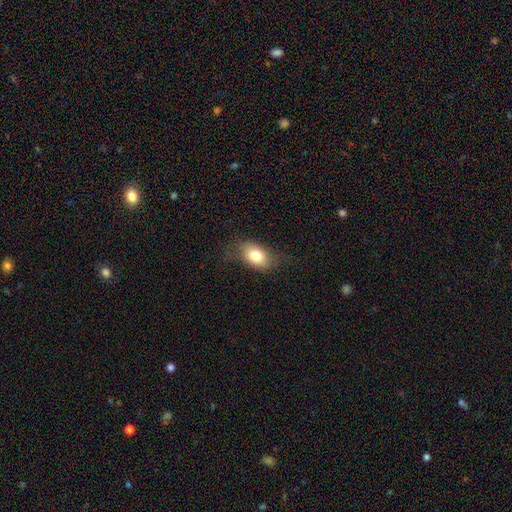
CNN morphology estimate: This appears to be a smooth galaxy with no disk features (77%) that is in between round and cigar-shaped (86%). Merging: none (70%).